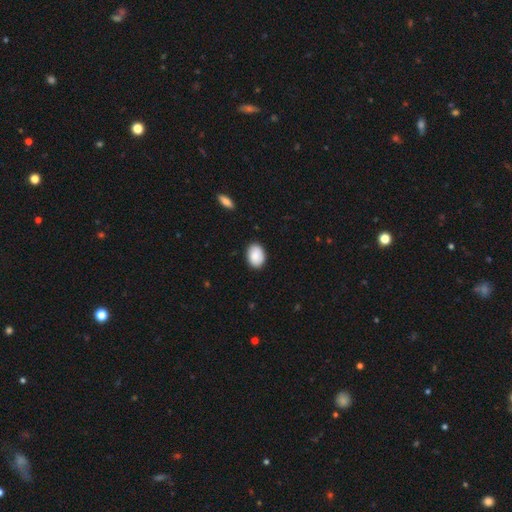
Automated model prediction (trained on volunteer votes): A smooth galaxy with no disk features (88%) that is in between round and cigar-shaped (80%). Merging: none (87%).